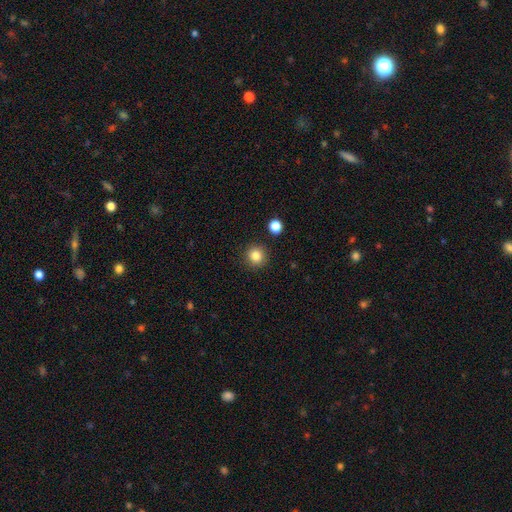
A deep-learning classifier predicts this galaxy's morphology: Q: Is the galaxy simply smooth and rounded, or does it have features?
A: smooth — 84%.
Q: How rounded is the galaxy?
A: round — 93%.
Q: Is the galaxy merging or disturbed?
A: none — 90%.